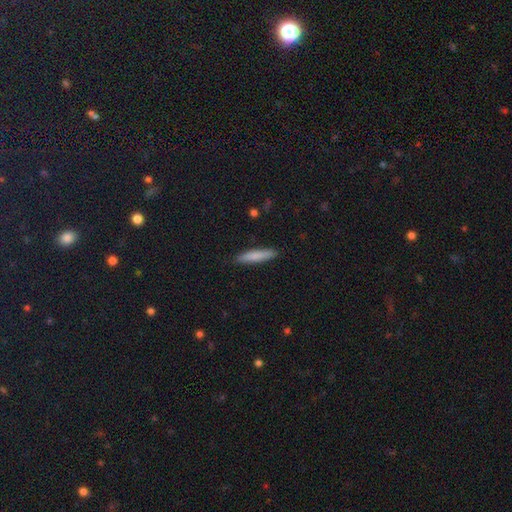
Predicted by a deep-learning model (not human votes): Smooth or featured?
  - smooth: 79% *
  - featured or disk: 15%
  - star or artifact: 6%
How rounded?
  - cigar-shaped: 87% *
  - in between: 11%
  - round: 1%
Merging?
  - none: 89% *
  - minor disturbance: 9%
  - major disturbance: 2%
  - merger: 1%